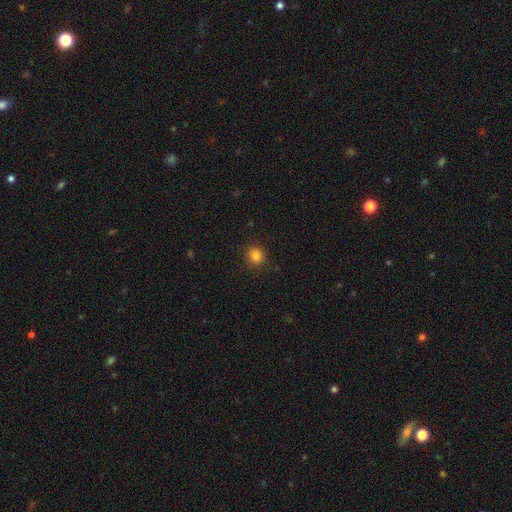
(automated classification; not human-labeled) Smooth or featured? Predicted: smooth (p=0.82). How rounded? Predicted: round (p=0.90). Merging? Predicted: none (p=0.91).